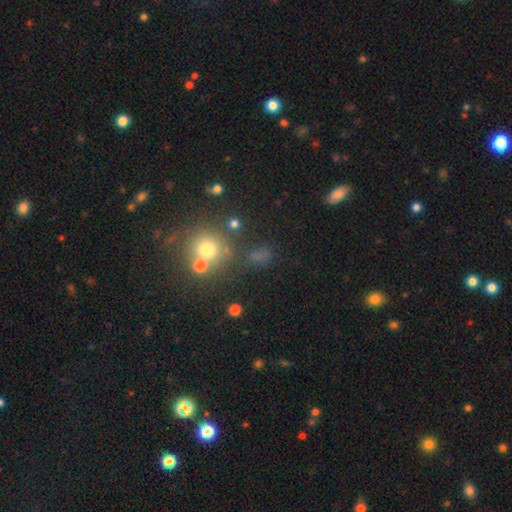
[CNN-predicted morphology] This appears to be a smooth galaxy with no disk features (53%) that is round (70%). Merging: none (66%).